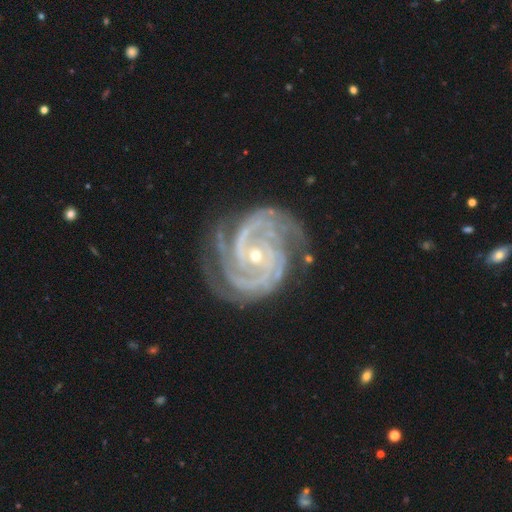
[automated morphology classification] Smooth or featured: featured or disk — 94% (star or artifact — 4%)
Edge-on disk: no — 98% (yes — 2%)
Bar: no — 64% (weak — 24%)
Spiral arms: yes — 99% (no — 1%)
Spiral winding: tight — 73% (medium — 24%)
Spiral arm count: 2 — 33% (3 — 29%)
Bulge size: small — 68% (moderate — 30%)
Merging: none — 74% (minor disturbance — 18%)